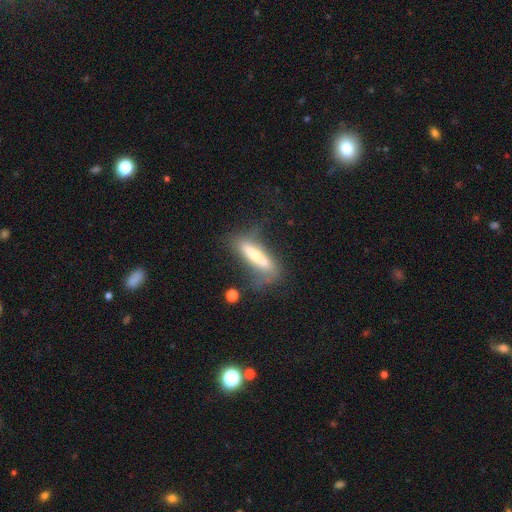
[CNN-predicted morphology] A smooth galaxy with no disk features (47%). Merging: none (53%).